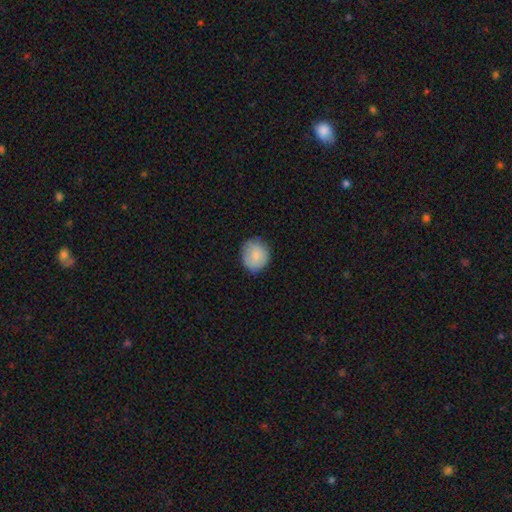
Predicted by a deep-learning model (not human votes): smooth-or-featured: smooth: 84% | featured or disk: 8% | star or artifact: 7%
  how-rounded: round: 83% | in between: 16% | cigar-shaped: 1%
  merging: none: 79% | minor disturbance: 17% | major disturbance: 3% | merger: 1%